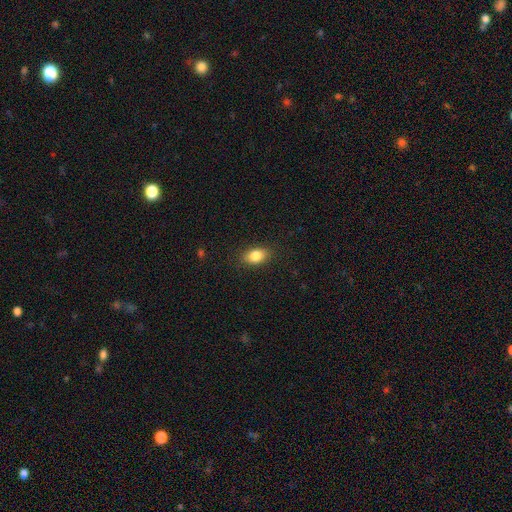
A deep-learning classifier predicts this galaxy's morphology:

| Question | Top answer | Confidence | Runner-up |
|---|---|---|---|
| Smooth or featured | smooth | 83% | featured or disk (9%) |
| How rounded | in between | 84% | round (13%) |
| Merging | none | 87% | minor disturbance (10%) |